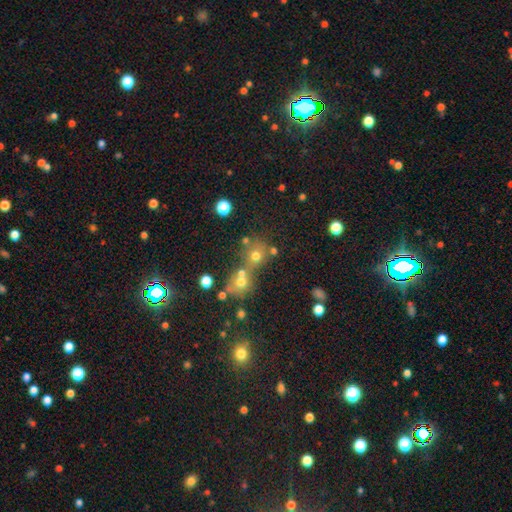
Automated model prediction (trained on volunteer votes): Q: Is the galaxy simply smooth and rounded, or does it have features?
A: smooth — 66%.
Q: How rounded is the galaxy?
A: round — 82%.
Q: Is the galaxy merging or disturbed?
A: none — 43%, tied with merger.